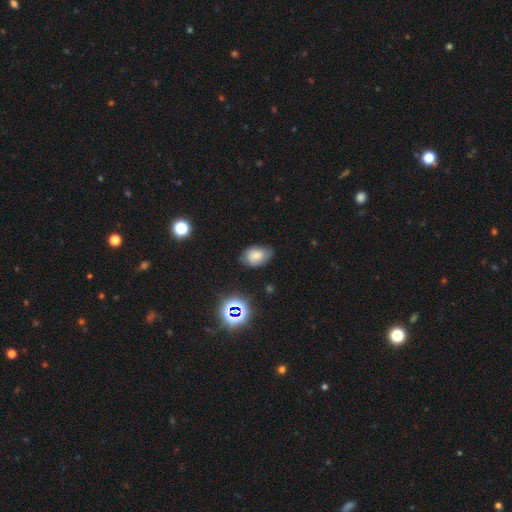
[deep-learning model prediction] A smooth galaxy with no disk features (71%) that is in between round and cigar-shaped (82%). Merging: none (67%).